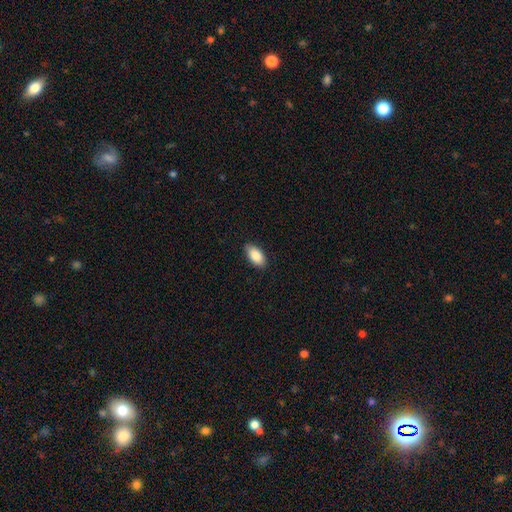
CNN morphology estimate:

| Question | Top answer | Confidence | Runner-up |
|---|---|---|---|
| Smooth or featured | smooth | 89% | star or artifact (6%) |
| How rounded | in between | 94% | cigar-shaped (3%) |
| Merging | none | 85% | minor disturbance (12%) |